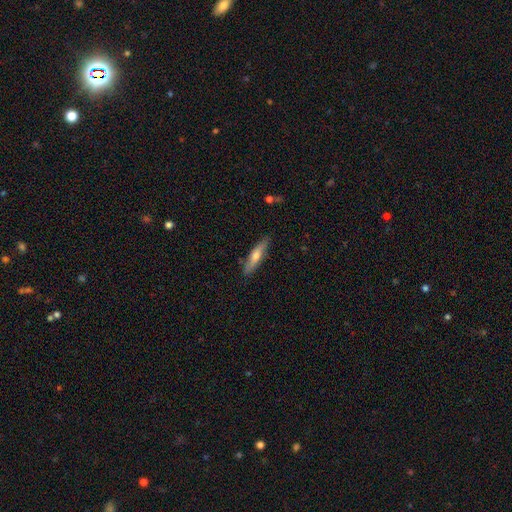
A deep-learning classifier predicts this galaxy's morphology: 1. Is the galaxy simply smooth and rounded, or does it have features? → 48% featured or disk, 46% smooth, 6% star or artifact.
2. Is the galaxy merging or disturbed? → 87% none, 10% minor disturbance, 2% major disturbance, 1% merger.